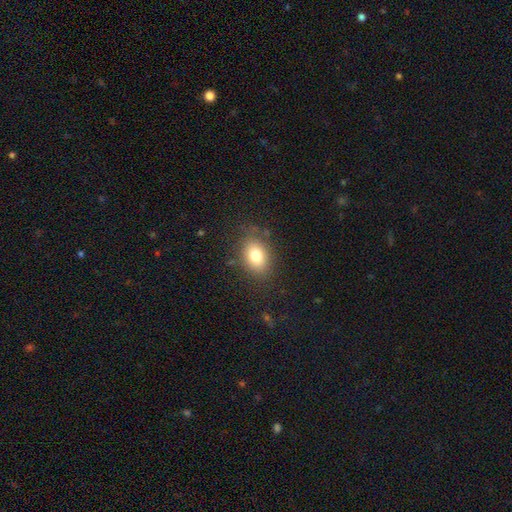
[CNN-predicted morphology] A smooth galaxy with no disk features (78%) that is in between round and cigar-shaped (75%). Merging: none (81%).